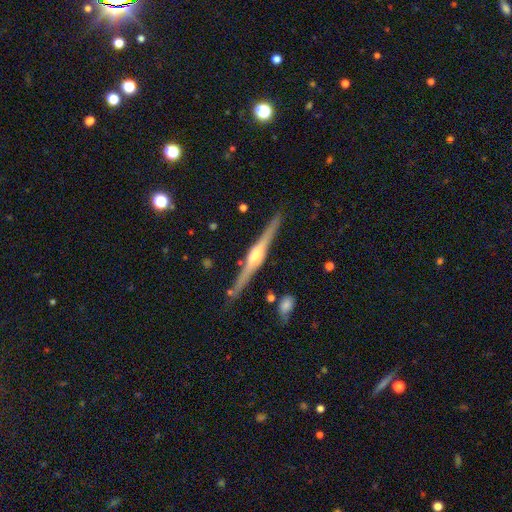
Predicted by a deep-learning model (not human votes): This appears to be a featured or disk galaxy (83%) viewed edge-on (98%) with a rounded central bulge (88%). Merging: none (87%).